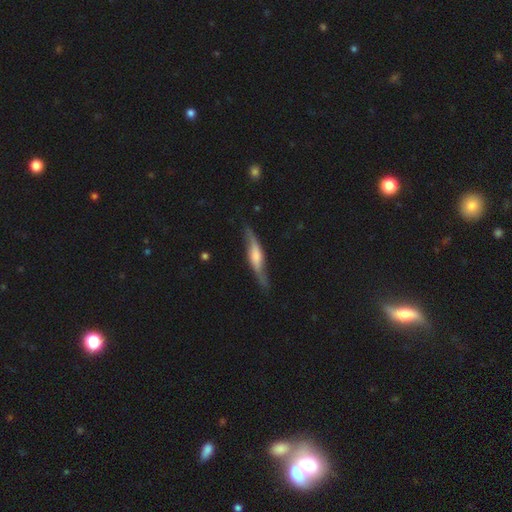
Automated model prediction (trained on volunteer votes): This is likely a featured or disk galaxy (71%). It is likely viewed edge-on (76%). Edge-on bulge: likely rounded (61%). Merging: likely none (75%).